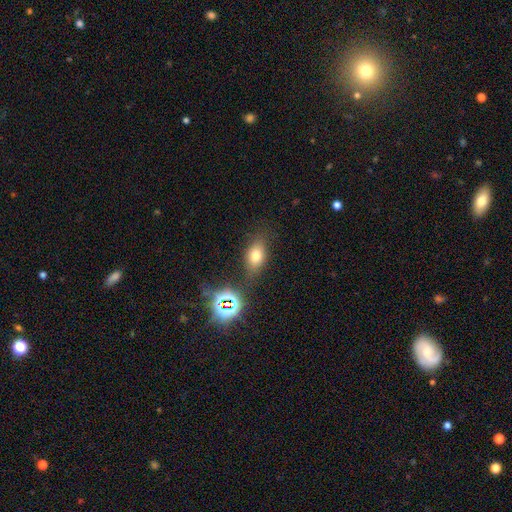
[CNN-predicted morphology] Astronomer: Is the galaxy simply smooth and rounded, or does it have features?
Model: smooth — 68%.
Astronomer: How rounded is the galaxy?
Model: in between — 75%.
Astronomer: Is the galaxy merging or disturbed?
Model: none — 74%.